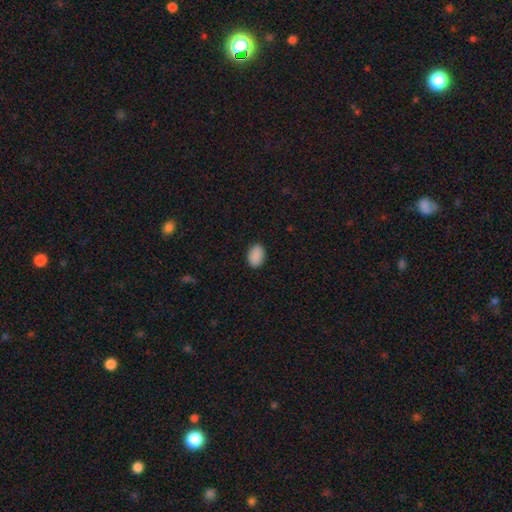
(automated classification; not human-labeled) The model was most divided on "how rounded": in between: 86%, round: 13%, cigar-shaped: 1%. More confident: smooth or featured — smooth (90%); merging — none (89%).